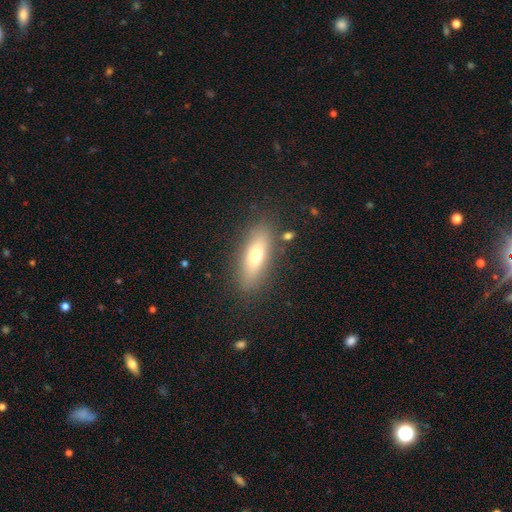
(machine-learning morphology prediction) Q: Smooth or featured?
A: smooth (66%); runner-up: featured or disk (26%)
Q: How rounded?
A: in between (59%); runner-up: cigar-shaped (37%)
Q: Merging?
A: none (84%); runner-up: minor disturbance (10%)